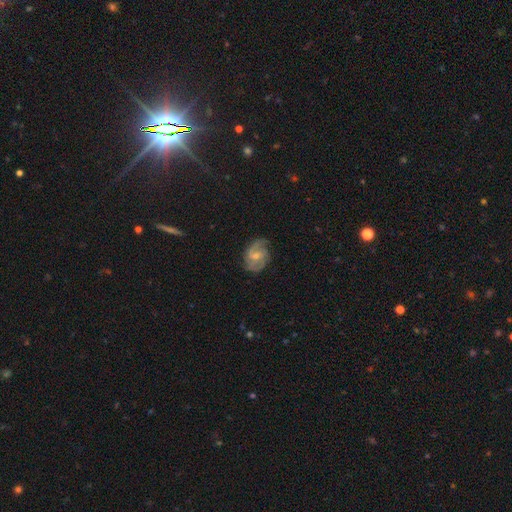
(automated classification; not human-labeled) A featured or disk galaxy (79%) with a weak bar (52%), 2 (63%) medium (50%) spiral arms (94%) and a small central bulge (52%). Merging: none (70%).